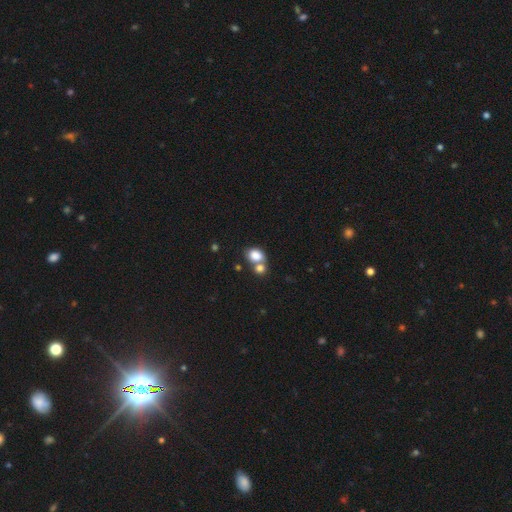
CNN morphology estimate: smooth-or-featured: smooth: 82% | star or artifact: 10% | featured or disk: 8%
  how-rounded: in between: 57% | round: 42% | cigar-shaped: 1%
  merging: merger: 47% | none: 39% | minor disturbance: 9% | major disturbance: 4%